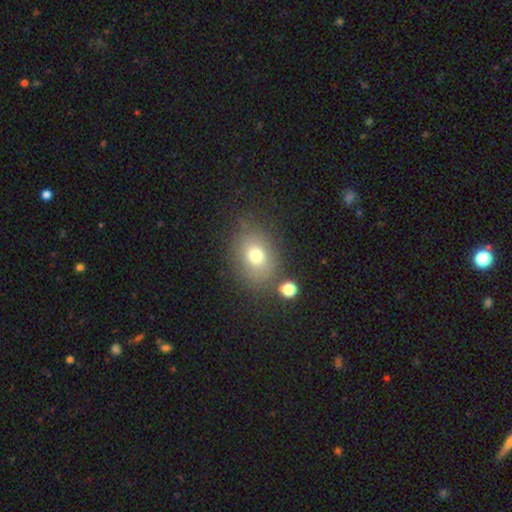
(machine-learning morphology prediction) type=smooth (74%); roundness=in between (57%); merging=none (74%).